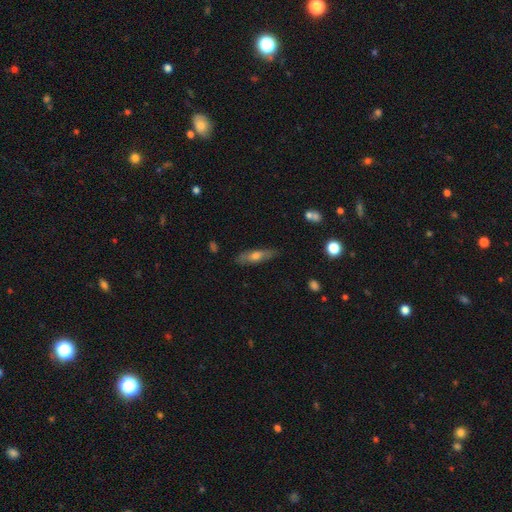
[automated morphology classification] type=smooth (54%); roundness=cigar-shaped (56%); merging=none (80%).